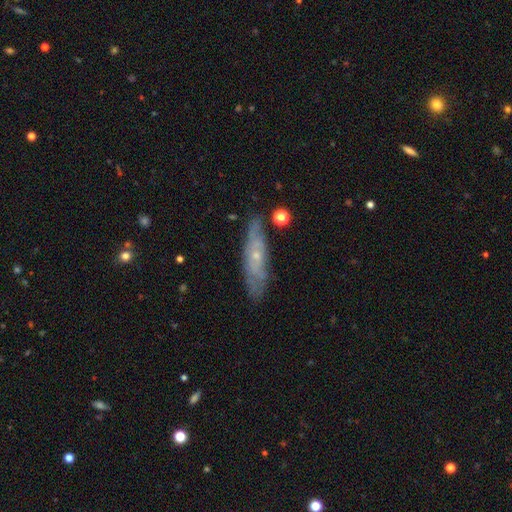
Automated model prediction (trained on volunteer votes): Overall: featured or disk (59%; smooth 33%). Edge-on disk: no (60%; yes 40%). Merging: none (74%).